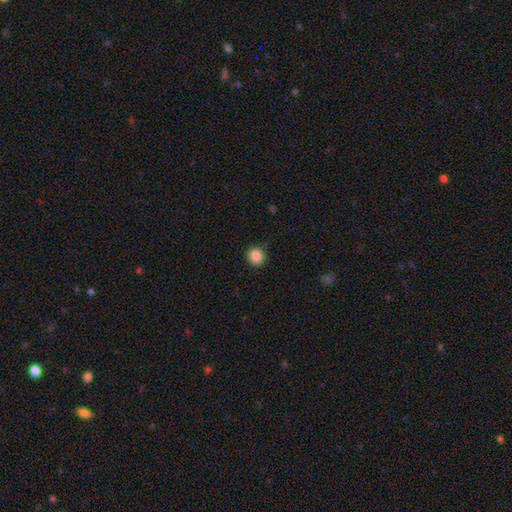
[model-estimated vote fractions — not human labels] smooth 86%, star or artifact 10%, featured or disk 4%. Down the decision tree: how rounded — round (85%); merging — none (87%).